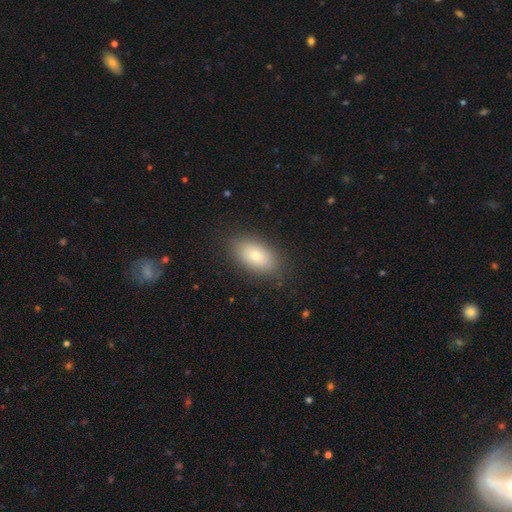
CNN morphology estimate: Smooth or featured?
  - smooth: 79% *
  - featured or disk: 13%
  - star or artifact: 8%
How rounded?
  - in between: 92% *
  - round: 5%
  - cigar-shaped: 3%
Merging?
  - none: 86% *
  - minor disturbance: 10%
  - major disturbance: 3%
  - merger: 1%